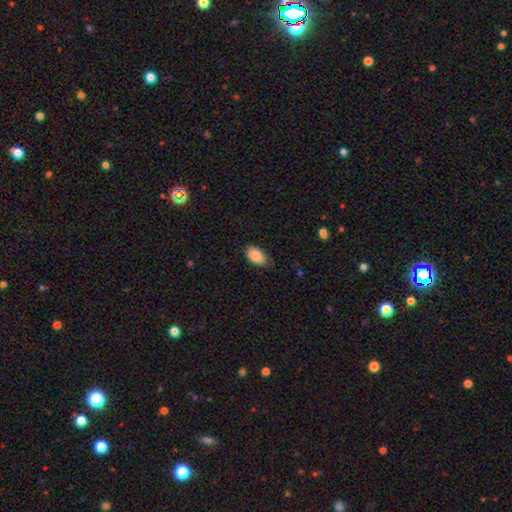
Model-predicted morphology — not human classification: Overall: smooth (87%). How rounded: in between (93%). Merging: none (69%).